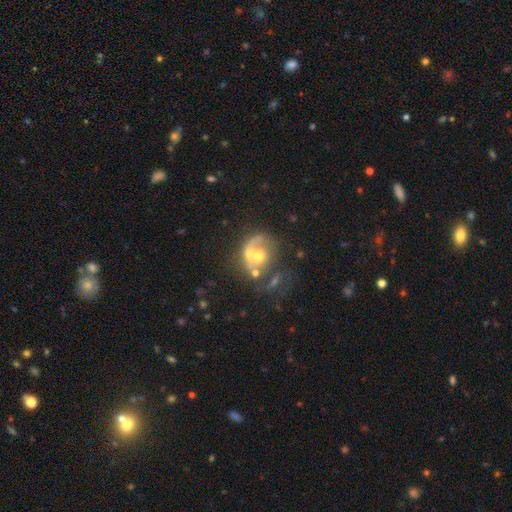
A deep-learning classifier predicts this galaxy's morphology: A featured or disk galaxy (52%) with no bar (84%), no spiral arms (65%) and a moderate central bulge (58%).

Vote fractions:
- Smooth or featured? featured or disk: 52% / smooth: 35% / star or artifact: 12%
- Edge-on disk? no: 97% / yes: 3%
- Bar? no: 84% / weak: 13% / strong: 3%
- Spiral arms? no: 65% / yes: 35%
- Bulge size? moderate: 58% / small: 24% / none: 8% / large: 8% / dominant: 2%
- Merging? merger: 45% / none: 25% / major disturbance: 18% / minor disturbance: 12%